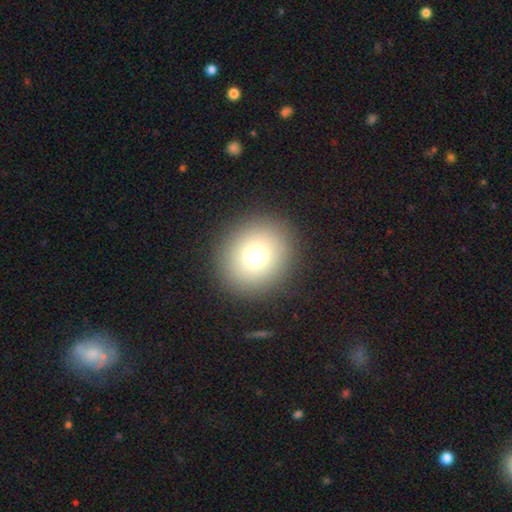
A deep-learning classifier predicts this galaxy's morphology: The model was most divided on "smooth or featured": smooth: 73%, star or artifact: 15%, featured or disk: 12%. More confident: merging — none (90%); how rounded — round (85%).